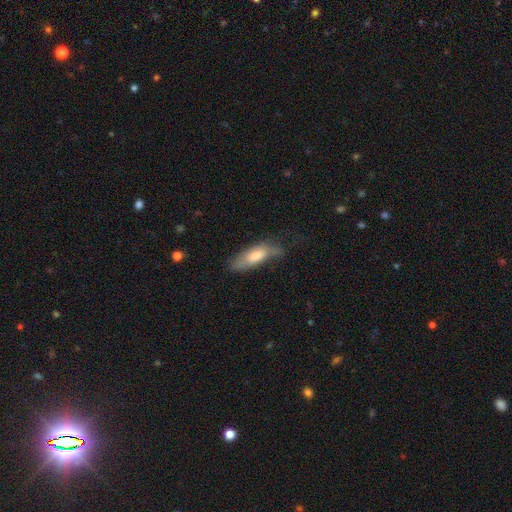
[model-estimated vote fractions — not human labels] Smooth or featured?
  - smooth: 59% *
  - featured or disk: 33%
  - star or artifact: 8%
How rounded?
  - in between: 54% *
  - cigar-shaped: 44%
  - round: 2%
Merging?
  - none: 52% *
  - minor disturbance: 32%
  - major disturbance: 15%
  - merger: 2%